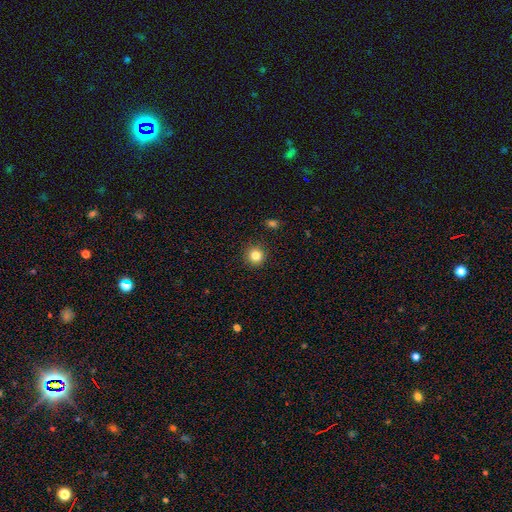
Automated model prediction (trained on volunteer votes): This is clearly a smooth galaxy (83%). How rounded: clearly round (94%). Merging: clearly none (91%).